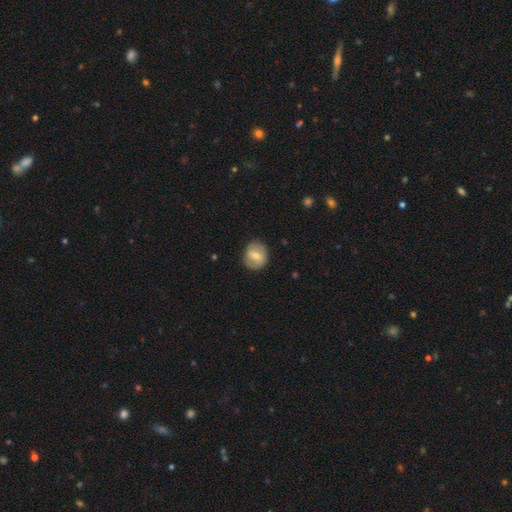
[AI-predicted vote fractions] A smooth galaxy with no disk features (55%) that is round (74%). Merging: none (83%).